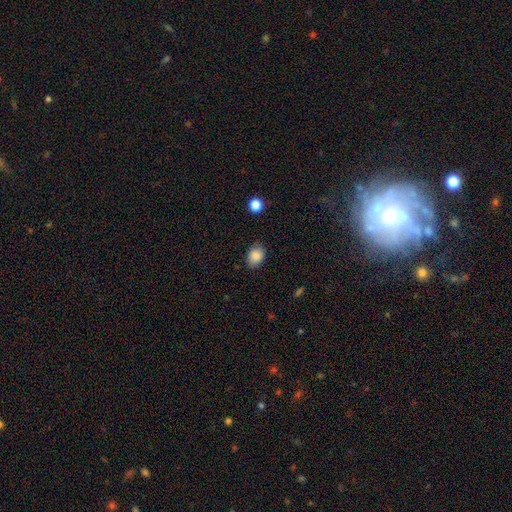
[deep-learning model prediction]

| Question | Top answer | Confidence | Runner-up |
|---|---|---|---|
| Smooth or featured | smooth | 86% | star or artifact (8%) |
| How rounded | in between | 72% | round (27%) |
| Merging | none | 81% | minor disturbance (15%) |